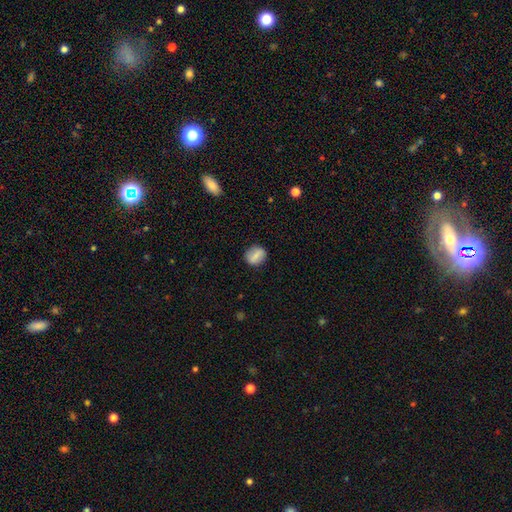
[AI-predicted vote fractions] Smooth or featured: smooth — 71% (featured or disk — 21%)
How rounded: round — 67% (in between — 31%)
Merging: none — 86% (minor disturbance — 10%)